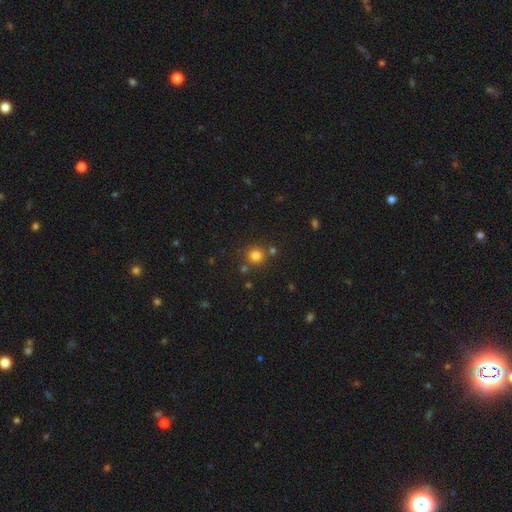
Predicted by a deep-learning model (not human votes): smooth 79%, star or artifact 15%, featured or disk 6%. Down the decision tree: how rounded — round (92%); merging — none (77%).